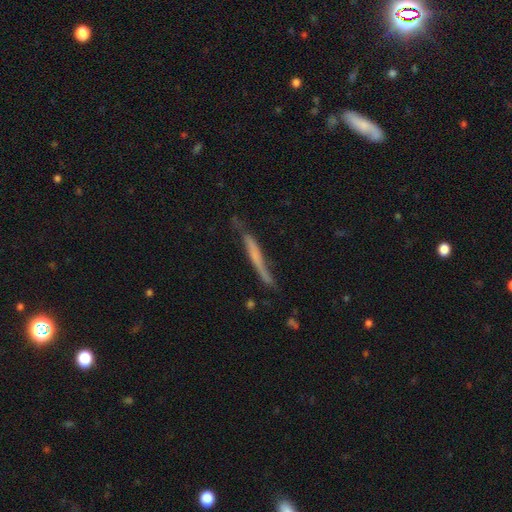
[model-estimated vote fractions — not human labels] Morphology: type=featured or disk (49%); merging=none (58%).